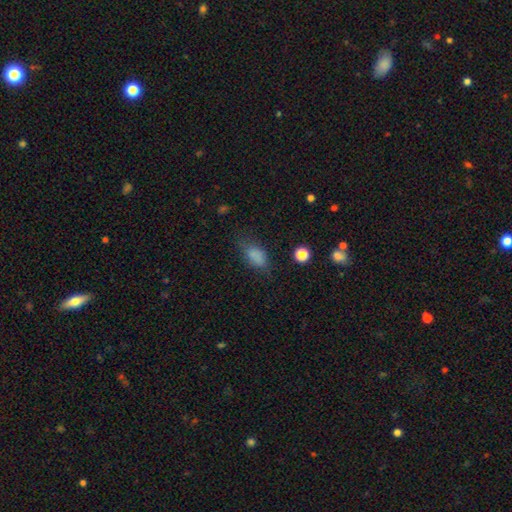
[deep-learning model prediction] smooth-or-featured: smooth: 78% | star or artifact: 13% | featured or disk: 9%
  how-rounded: in between: 85% | round: 9% | cigar-shaped: 6%
  merging: none: 59% | minor disturbance: 27% | major disturbance: 11% | merger: 3%